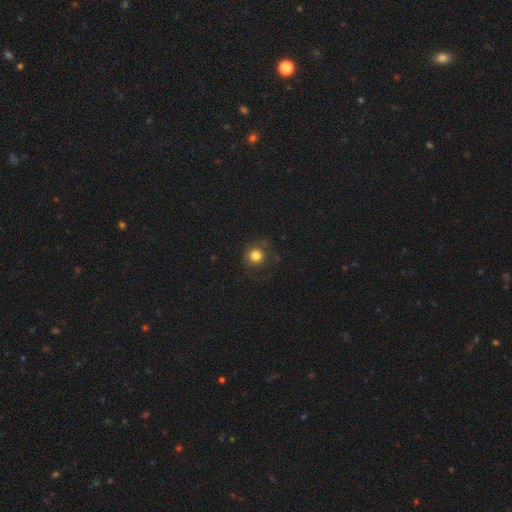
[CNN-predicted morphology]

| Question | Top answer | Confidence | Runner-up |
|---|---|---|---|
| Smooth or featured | smooth | 79% | star or artifact (12%) |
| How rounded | round | 93% | in between (6%) |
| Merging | none | 78% | minor disturbance (13%) |